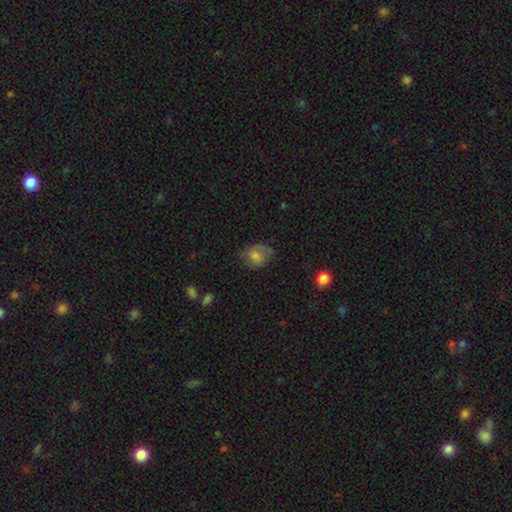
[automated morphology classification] This is possibly a smooth galaxy (56%). How rounded: possibly round (51%). Merging: possibly none (56%).